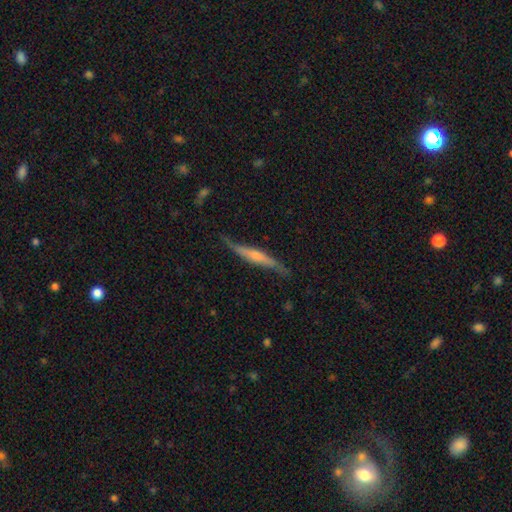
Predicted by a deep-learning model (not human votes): featured or disk 62%, smooth 32%, star or artifact 6%. Down the decision tree: edge-on disk — yes (85%); edge-on bulge — rounded (53%); merging — none (67%).